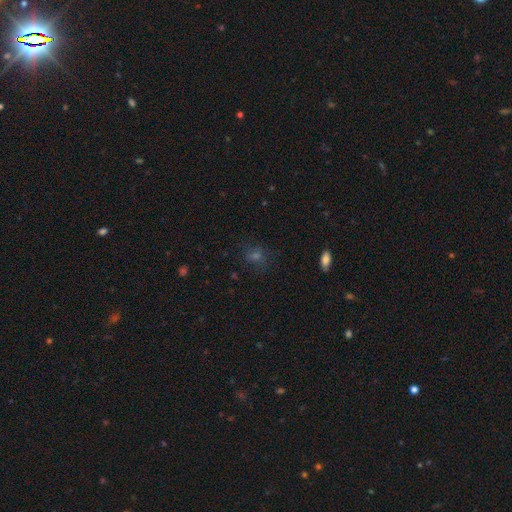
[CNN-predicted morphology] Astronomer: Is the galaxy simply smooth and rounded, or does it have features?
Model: smooth — 48% (runner-up: star or artifact, 35%).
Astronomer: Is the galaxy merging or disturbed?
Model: none — 78%.